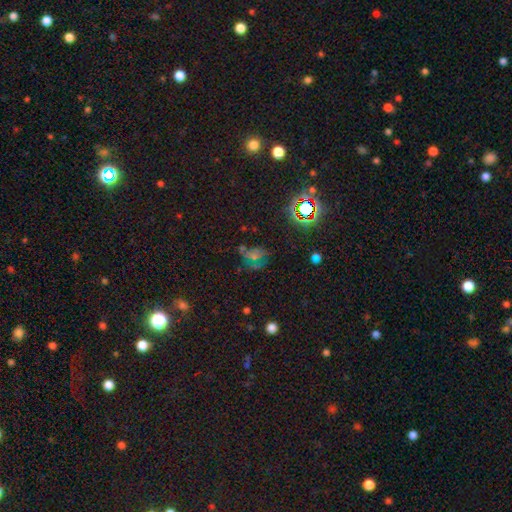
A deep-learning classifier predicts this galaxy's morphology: star or artifact 55%, smooth 24%, featured or disk 21%.